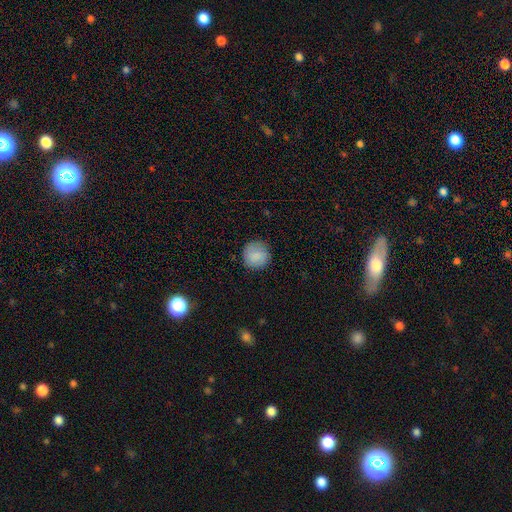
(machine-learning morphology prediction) Smooth or featured? Predicted: smooth (p=0.83). How rounded? Predicted: round (p=0.93). Merging? Predicted: none (p=0.84).